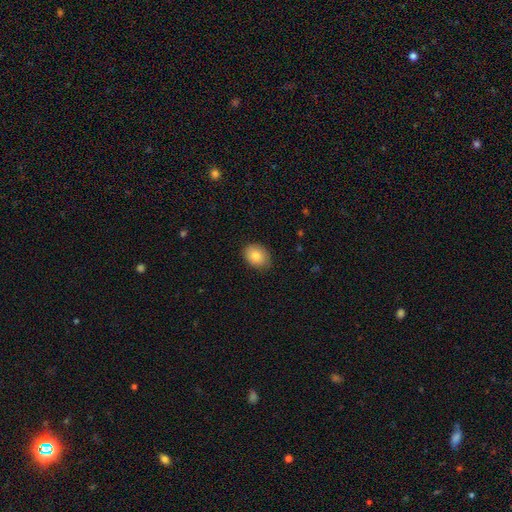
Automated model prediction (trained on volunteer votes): The model was most divided on "how rounded": in between: 64%, round: 35%, cigar-shaped: 1%. More confident: smooth or featured — smooth (84%); merging — none (83%).